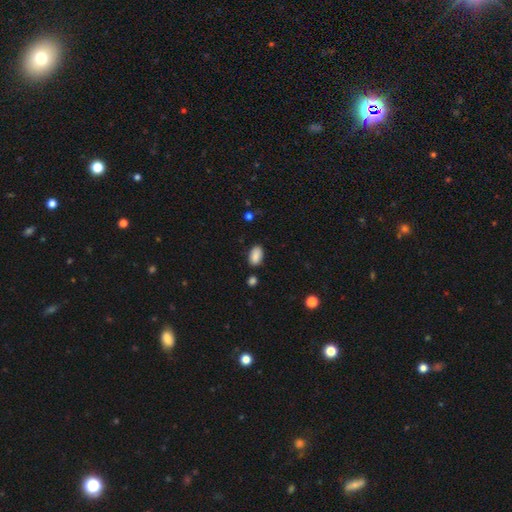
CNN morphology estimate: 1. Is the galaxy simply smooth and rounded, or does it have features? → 88% smooth, 8% star or artifact, 5% featured or disk.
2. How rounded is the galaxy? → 93% in between, 5% round, 2% cigar-shaped.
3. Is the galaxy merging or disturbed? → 83% none, 11% minor disturbance, 3% merger, 3% major disturbance.